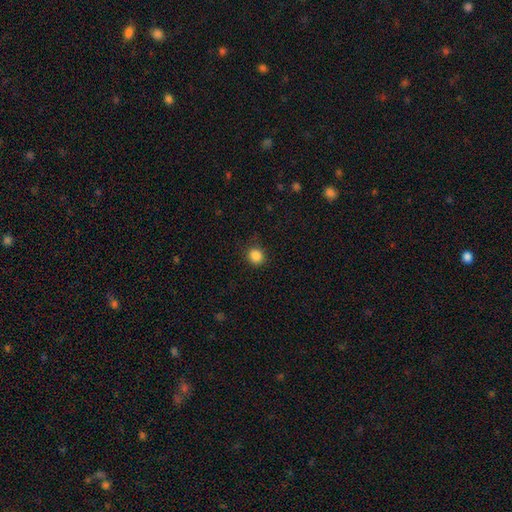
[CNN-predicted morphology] Smooth or featured? Predicted: smooth (p=0.86). How rounded? Predicted: round (p=0.86). Merging? Predicted: none (p=0.86).